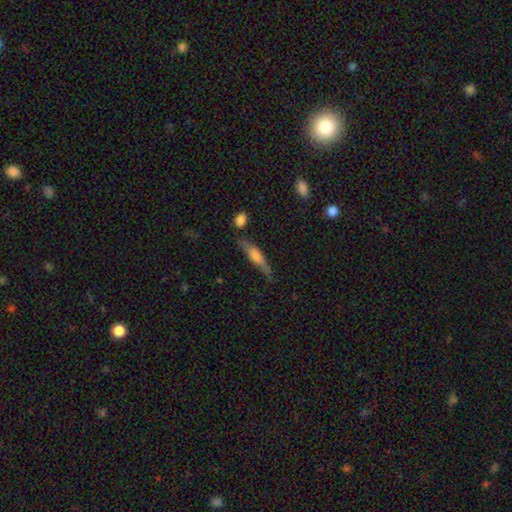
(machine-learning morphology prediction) smooth-or-featured: smooth: 53% | featured or disk: 40% | star or artifact: 7%
  how-rounded: cigar-shaped: 77% | in between: 21% | round: 2%
  merging: none: 61% | minor disturbance: 25% | major disturbance: 8% | merger: 7%